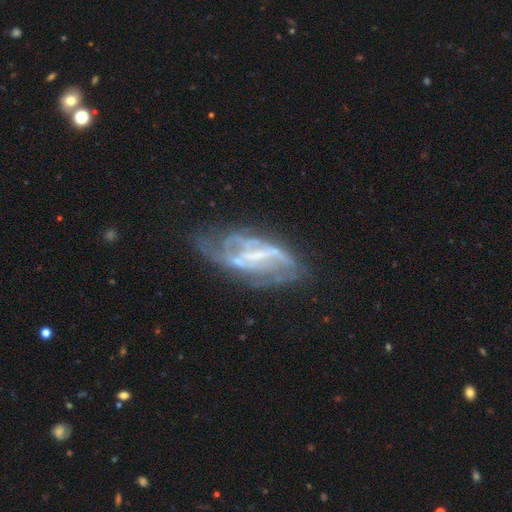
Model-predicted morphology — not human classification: A featured or disk galaxy (80%) with a strong bar (45%), 2 (40%) medium (40%) spiral arms (73%) and no central bulge (43%).

Vote fractions:
- Smooth or featured? featured or disk: 80% / smooth: 12% / star or artifact: 9%
- Edge-on disk? no: 92% / yes: 8%
- Bar? strong: 45% / weak: 35% / no: 20%
- Spiral arms? yes: 73% / no: 27%
- Spiral winding? medium: 40% / tight: 33% / loose: 27%
- Spiral arm count? 2: 40% / can't tell: 37% / 3: 10% / 1: 5% / 4: 4% / more than 4: 3%
- Bulge size? none: 43% / small: 34% / moderate: 18% / large: 3% / dominant: 1%
- Merging? none: 50% / minor disturbance: 24% / major disturbance: 22% / merger: 5%